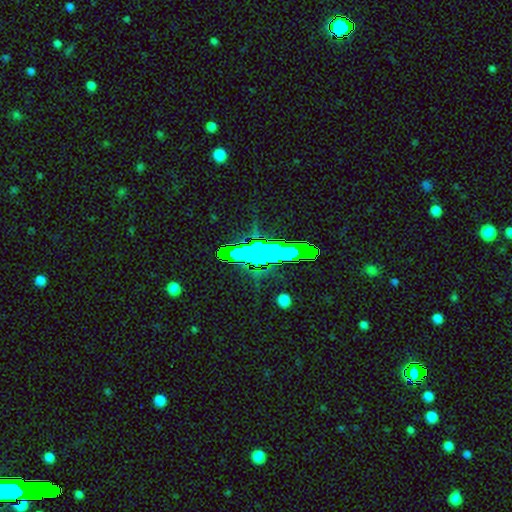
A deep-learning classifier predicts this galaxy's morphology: Q: Smooth or featured?
A: star or artifact (58%); runner-up: smooth (26%)